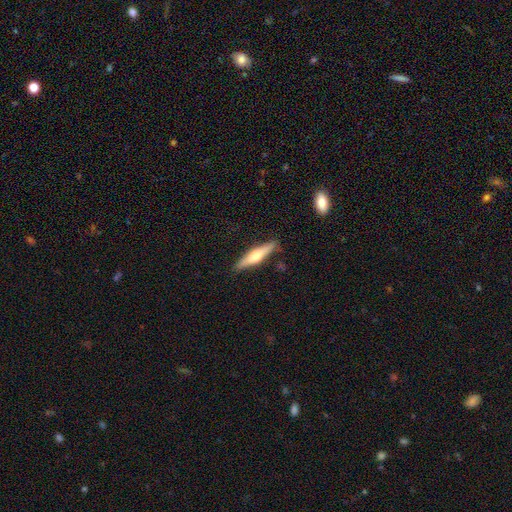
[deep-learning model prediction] Smooth or featured? Predicted: featured or disk (p=0.51). Edge-on disk? Predicted: yes (p=0.95). Merging? Predicted: none (p=0.85).